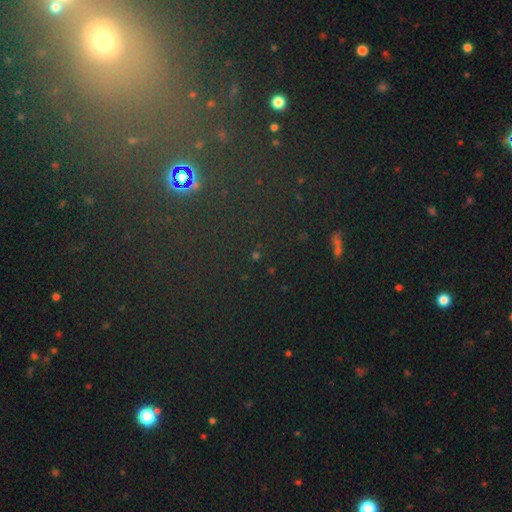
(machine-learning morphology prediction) smooth-or-featured: star or artifact: 71% | smooth: 21% | featured or disk: 8%